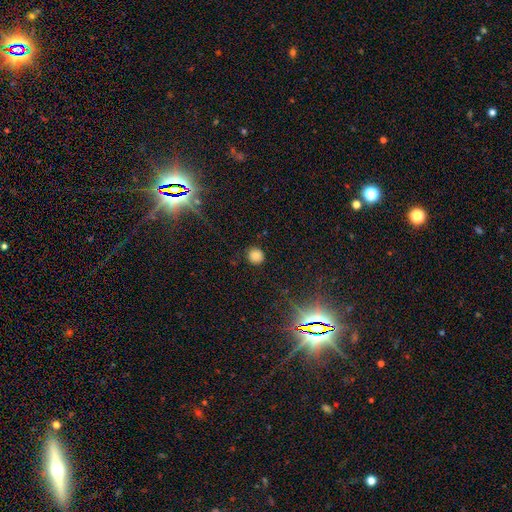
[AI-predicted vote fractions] smooth 79%, star or artifact 17%, featured or disk 4%. Down the decision tree: how rounded — round (91%); merging — none (87%).